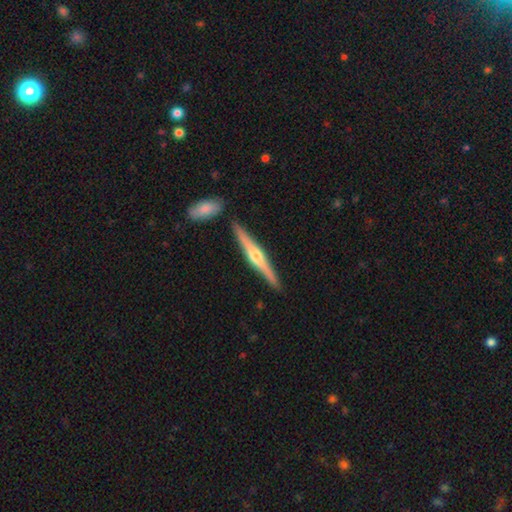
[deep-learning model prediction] smooth-or-featured: featured or disk: 72% | smooth: 23% | star or artifact: 5%
  disk-edge-on: yes: 98% | no: 2%
    edge-on-bulge: rounded: 89% | none: 6% | boxy: 5%
  merging: none: 87% | minor disturbance: 8% | merger: 3% | major disturbance: 2%